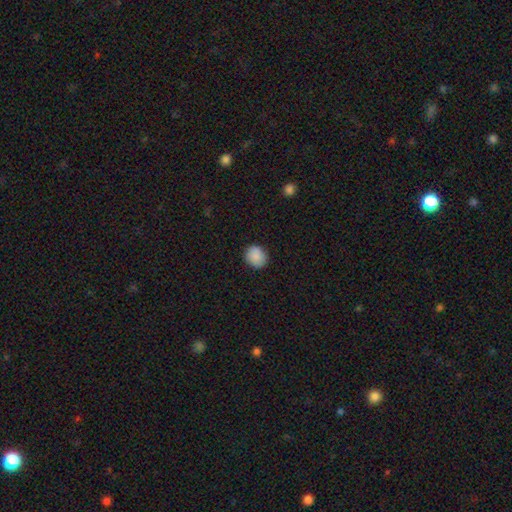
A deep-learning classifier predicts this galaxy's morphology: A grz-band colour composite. It shows a smooth galaxy with no disk features (88%) that is round (76%). Merging: none (86%).